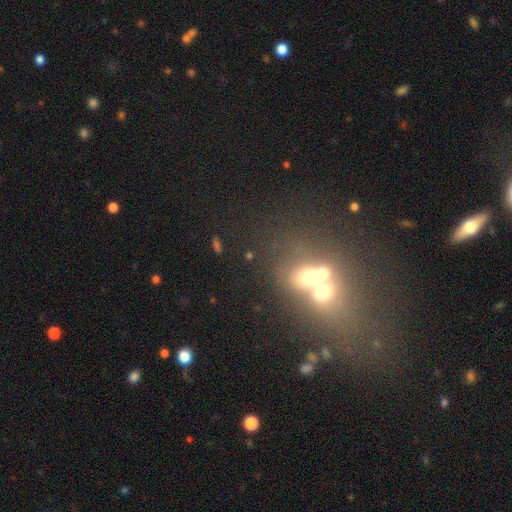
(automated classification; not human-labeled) Overall: star or artifact (42%; smooth 35%).